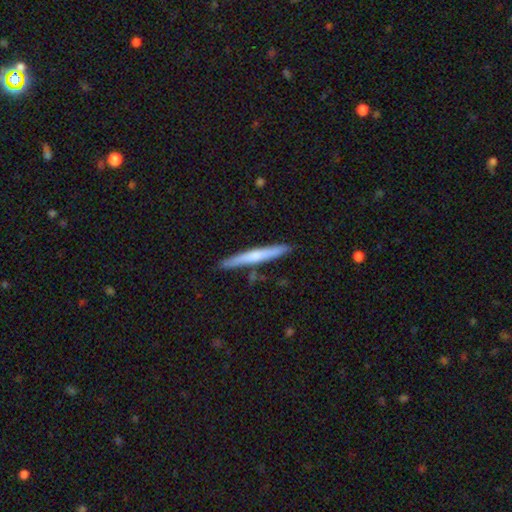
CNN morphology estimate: Q: Smooth or featured?
A: smooth (56%); runner-up: featured or disk (39%)
Q: How rounded?
A: cigar-shaped (96%); runner-up: in between (3%)
Q: Merging?
A: none (87%); runner-up: minor disturbance (9%)